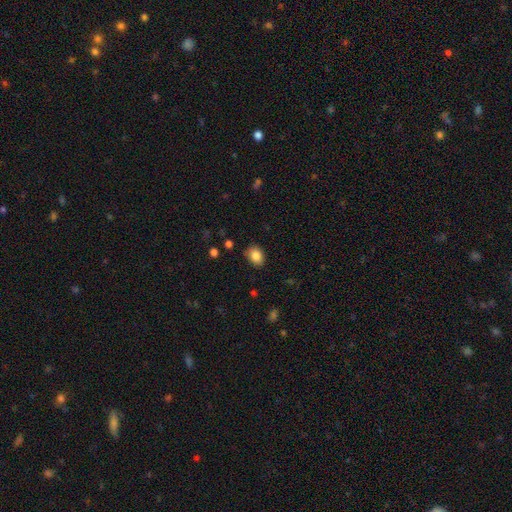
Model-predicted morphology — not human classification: This is clearly a smooth galaxy (86%). How rounded: likely in between (74%). Merging: clearly none (82%).